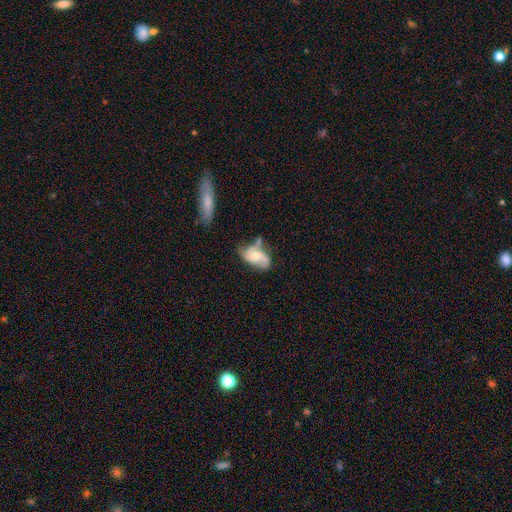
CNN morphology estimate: smooth-or-featured: featured or disk: 57% | smooth: 36% | star or artifact: 7%
  disk-edge-on: no: 95% | yes: 5%
    bar: no: 69% | weak: 26% | strong: 5%
    has-spiral-arms: yes: 79% | no: 21%
    bulge-size: moderate: 56% | small: 36% | large: 4% | none: 4% | dominant: 1%
  merging: none: 33% | minor disturbance: 29% | merger: 19% | major disturbance: 19%